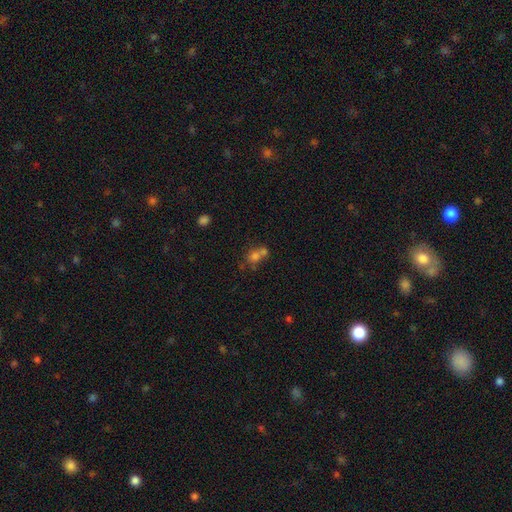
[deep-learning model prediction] Overall: smooth (65%). How rounded: round (67%; in between 31%). Merging: merger (54%; none 34%).